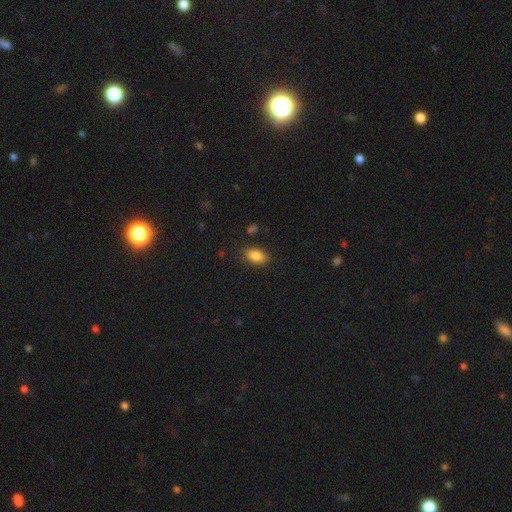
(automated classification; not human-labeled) A smooth galaxy with no disk features (86%) that is in between round and cigar-shaped (89%). Merging: none (83%).